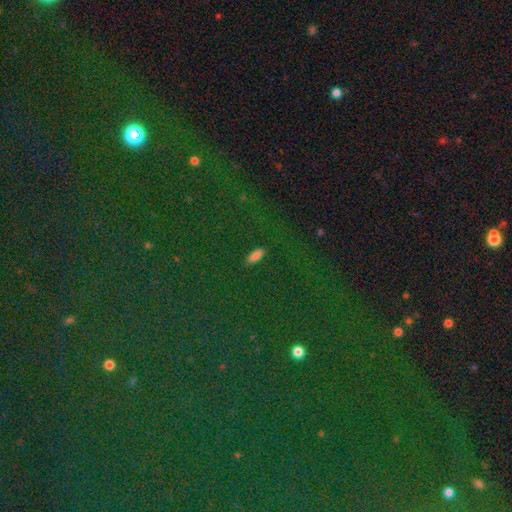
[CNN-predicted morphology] Overall: smooth (79%). How rounded: in between (72%). Merging: none (89%).